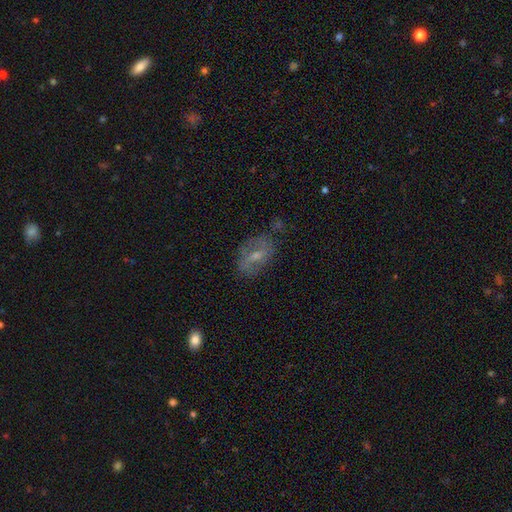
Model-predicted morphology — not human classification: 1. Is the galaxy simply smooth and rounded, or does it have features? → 54% featured or disk, 35% smooth, 10% star or artifact.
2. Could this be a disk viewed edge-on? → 92% no, 8% yes.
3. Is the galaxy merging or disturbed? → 67% none, 21% minor disturbance, 9% major disturbance, 3% merger.